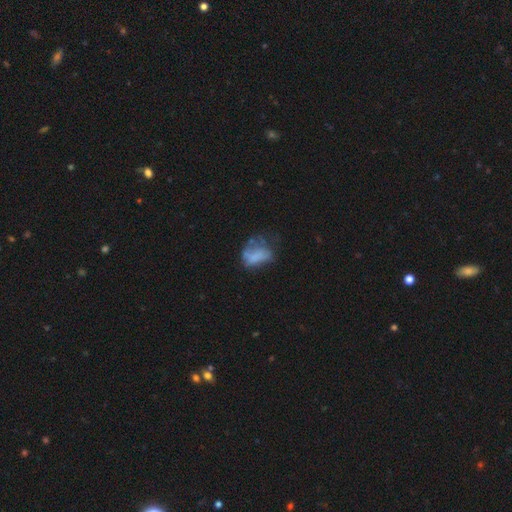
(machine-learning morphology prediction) smooth_or_featured: smooth (p=0.50) [alt: featured or disk p=0.36]
how_rounded: in between (p=0.75) [alt: round p=0.22]
merging: major disturbance (p=0.39) [alt: none p=0.30]